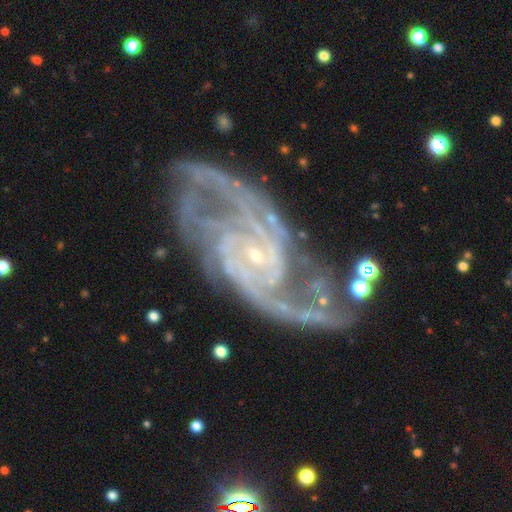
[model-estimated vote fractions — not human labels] smooth_or_featured: featured or disk (p=0.92) [alt: star or artifact p=0.05]
disk_edge_on: no (p=0.98) [alt: yes p=0.02]
bar: no (p=0.56) [alt: weak p=0.30]
has_spiral_arms: yes (p=0.98) [alt: no p=0.02]
spiral_winding: medium (p=0.53) [alt: tight p=0.31]
spiral_arm_count: 2 (p=0.57) [alt: 3 p=0.13]
bulge_size: small (p=0.88) [alt: moderate p=0.07]
merging: none (p=0.61) [alt: minor disturbance p=0.20]